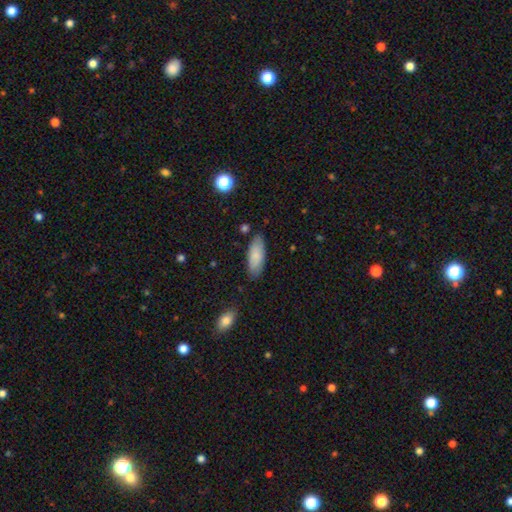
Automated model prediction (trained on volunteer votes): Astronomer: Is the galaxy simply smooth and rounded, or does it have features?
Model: smooth — 84%.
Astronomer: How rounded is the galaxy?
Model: in between — 80%.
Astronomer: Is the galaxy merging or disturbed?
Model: none — 82%.